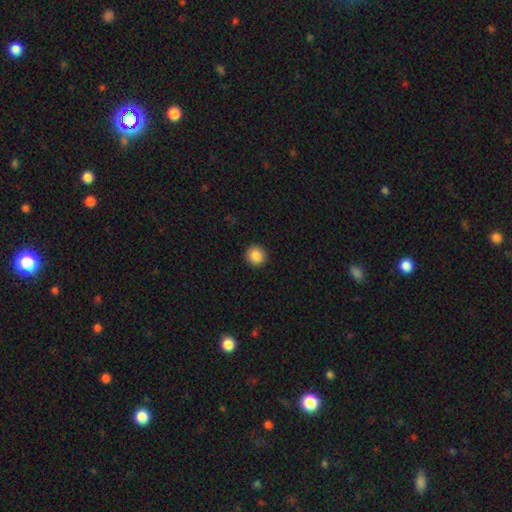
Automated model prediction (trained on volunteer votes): This appears to be a smooth galaxy with no disk features (87%) that is round (92%). Merging: none (92%).